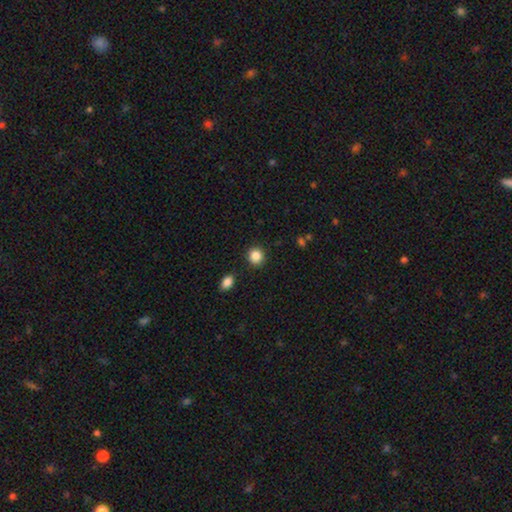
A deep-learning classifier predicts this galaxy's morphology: Q: Smooth or featured?
A: smooth (87%); runner-up: star or artifact (10%)
Q: How rounded?
A: round (88%); runner-up: in between (11%)
Q: Merging?
A: none (90%); runner-up: minor disturbance (6%)